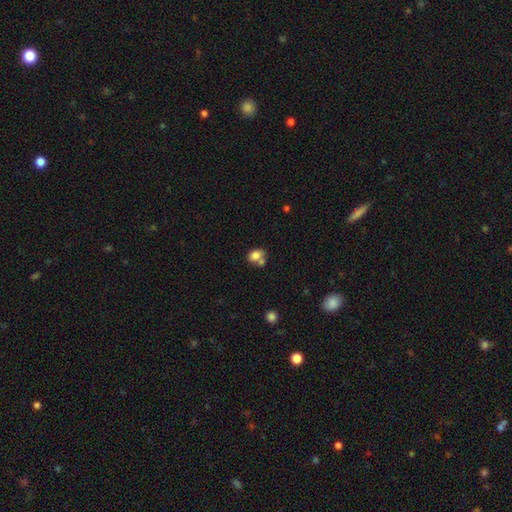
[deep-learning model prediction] A smooth galaxy with no disk features (79%) that is in between round and cigar-shaped (56%).

Vote fractions:
- Smooth or featured? smooth: 79% / featured or disk: 10% / star or artifact: 10%
- How rounded? in between: 56% / round: 43% / cigar-shaped: 1%
- Merging? none: 42% / merger: 40% / minor disturbance: 13% / major disturbance: 5%